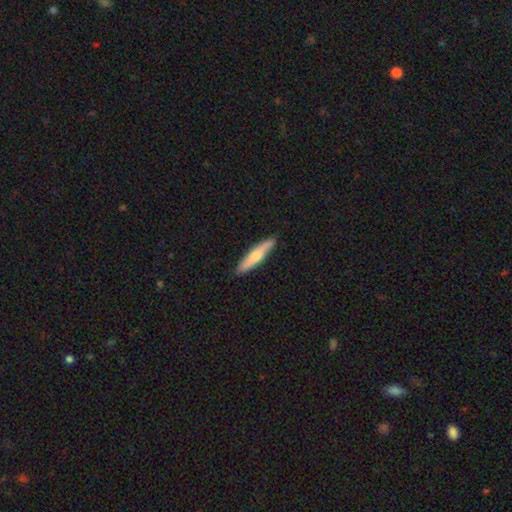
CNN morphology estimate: The model was most divided on "smooth or featured": smooth: 52%, featured or disk: 42%, star or artifact: 5%. More confident: merging — none (90%); how rounded — cigar-shaped (89%).